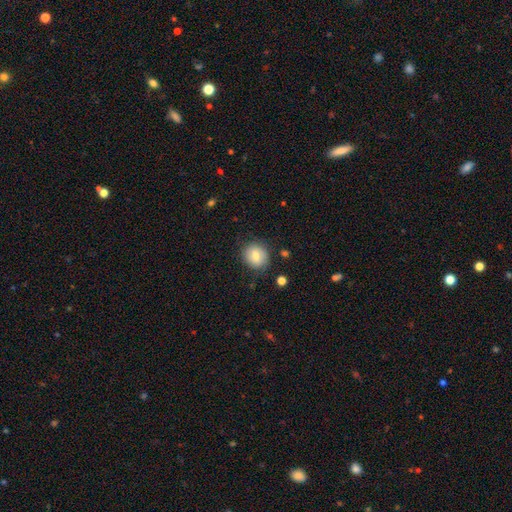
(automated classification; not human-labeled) smooth_or_featured: smooth (p=0.75) [alt: featured or disk p=0.16]
how_rounded: round (p=0.80) [alt: in between p=0.20]
merging: none (p=0.82) [alt: minor disturbance p=0.13]